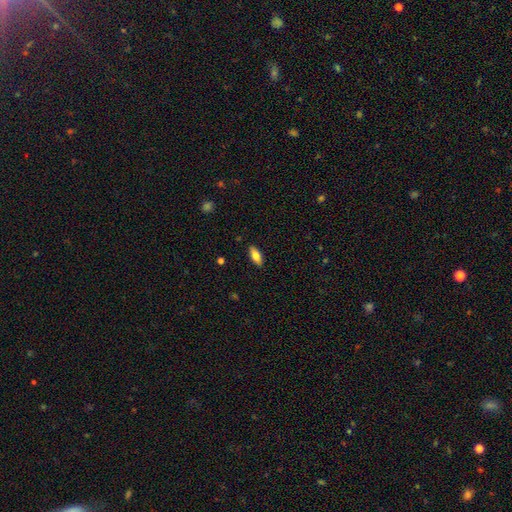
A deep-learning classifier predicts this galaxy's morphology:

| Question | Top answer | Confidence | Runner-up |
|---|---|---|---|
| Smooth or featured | smooth | 75% | featured or disk (18%) |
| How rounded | in between | 81% | cigar-shaped (17%) |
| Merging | none | 89% | minor disturbance (8%) |